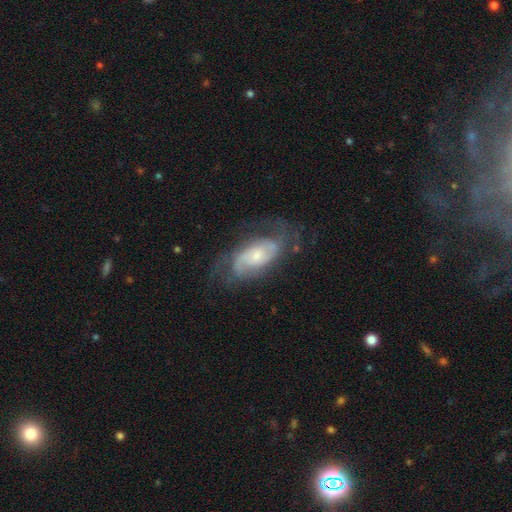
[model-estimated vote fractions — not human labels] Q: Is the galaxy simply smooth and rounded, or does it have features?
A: featured or disk — 76%.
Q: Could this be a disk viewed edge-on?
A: no — 94%.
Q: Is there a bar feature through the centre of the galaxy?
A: no — 66%.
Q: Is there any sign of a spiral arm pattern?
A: yes — 89%.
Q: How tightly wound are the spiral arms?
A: medium — 43%.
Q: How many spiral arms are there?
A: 2 — 54%.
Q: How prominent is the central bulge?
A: small — 54%.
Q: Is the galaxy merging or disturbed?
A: none — 60%.